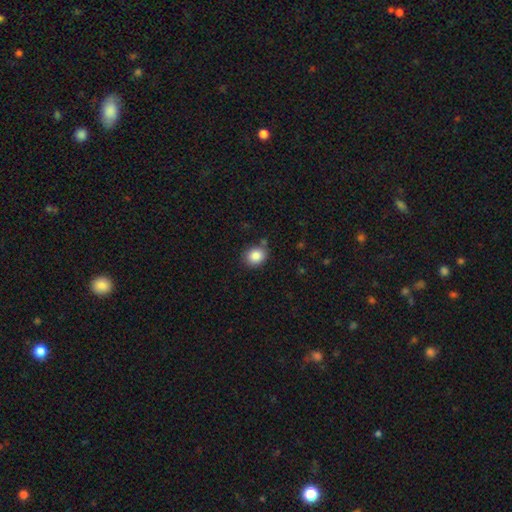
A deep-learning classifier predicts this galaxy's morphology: A smooth galaxy with no disk features (86%) that is round (66%).

Vote fractions:
- Smooth or featured? smooth: 86% / star or artifact: 9% / featured or disk: 5%
- How rounded? round: 66% / in between: 33% / cigar-shaped: 1%
- Merging? none: 78% / minor disturbance: 14% / merger: 5% / major disturbance: 3%